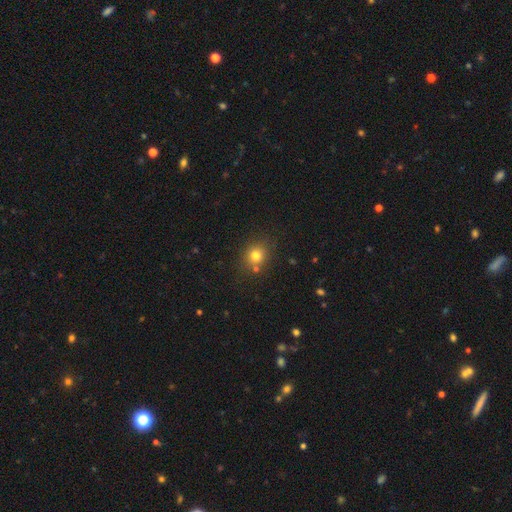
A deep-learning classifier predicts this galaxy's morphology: smooth-or-featured: smooth: 78% | star or artifact: 14% | featured or disk: 8%
  how-rounded: round: 81% | in between: 19% | cigar-shaped: 1%
  merging: none: 76% | merger: 11% | minor disturbance: 10% | major disturbance: 3%